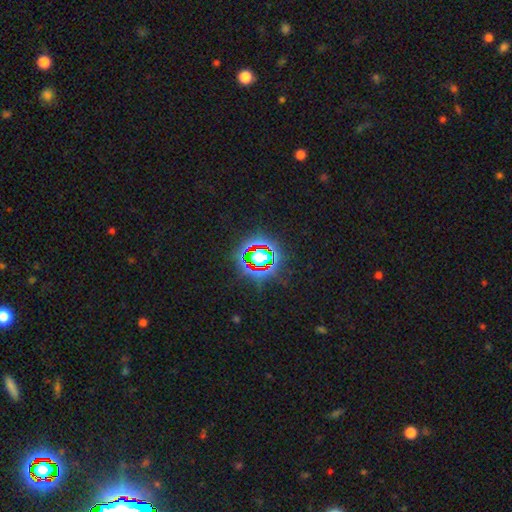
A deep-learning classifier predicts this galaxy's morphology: Smooth or featured: star or artifact — 73% (smooth — 17%)